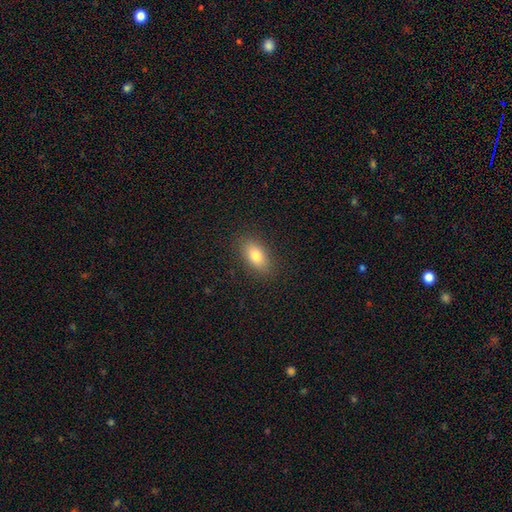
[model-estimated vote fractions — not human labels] smooth 79%, featured or disk 12%, star or artifact 8%. Down the decision tree: how rounded — in between (88%); merging — none (87%).